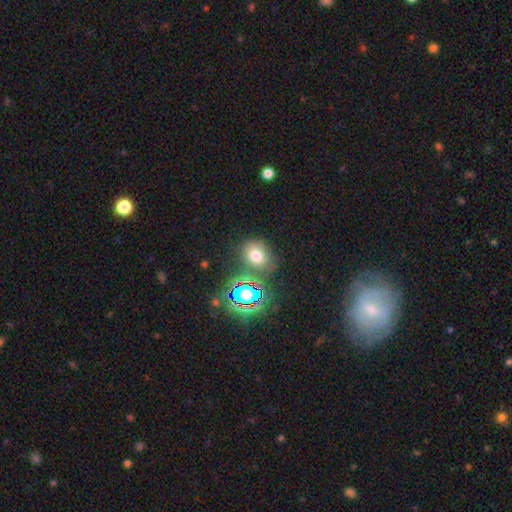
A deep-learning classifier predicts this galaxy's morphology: A smooth galaxy with no disk features (66%) that is round (52%).

Vote fractions:
- Smooth or featured? smooth: 66% / star or artifact: 23% / featured or disk: 10%
- How rounded? round: 52% / in between: 46% / cigar-shaped: 1%
- Merging? none: 71% / minor disturbance: 14% / merger: 9% / major disturbance: 5%